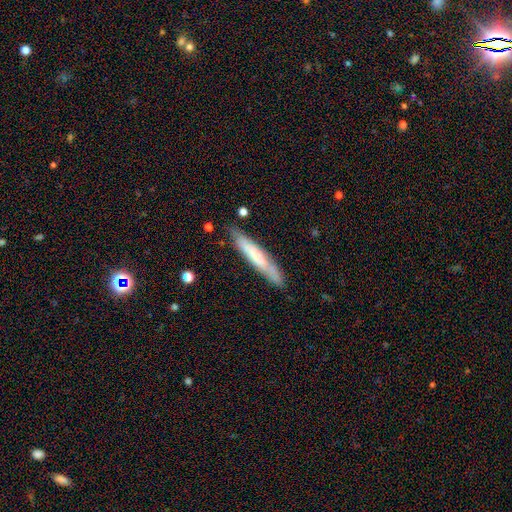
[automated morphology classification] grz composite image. It shows a smooth galaxy with no disk features (56%) that is cigar-shaped (93%). Merging: none (83%).